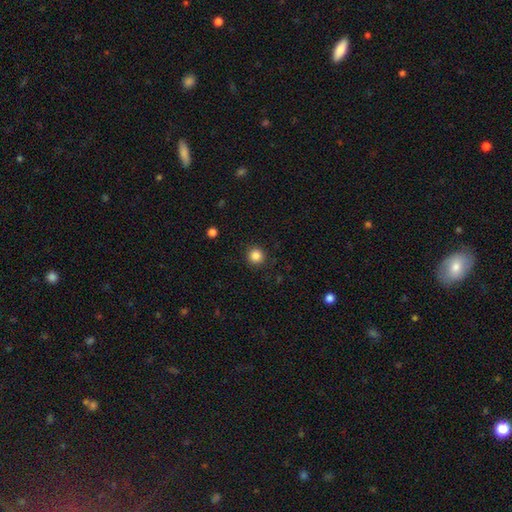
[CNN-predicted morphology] Smooth or featured? Predicted: smooth (p=0.85). How rounded? Predicted: round (p=0.94). Merging? Predicted: none (p=0.91).